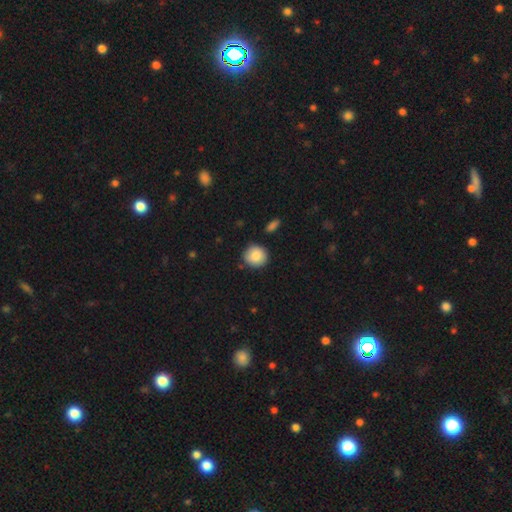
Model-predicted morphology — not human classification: Smooth or featured?
  - smooth: 86% *
  - star or artifact: 8%
  - featured or disk: 7%
How rounded?
  - round: 90% *
  - in between: 9%
  - cigar-shaped: 1%
Merging?
  - none: 86% *
  - minor disturbance: 9%
  - merger: 3%
  - major disturbance: 2%